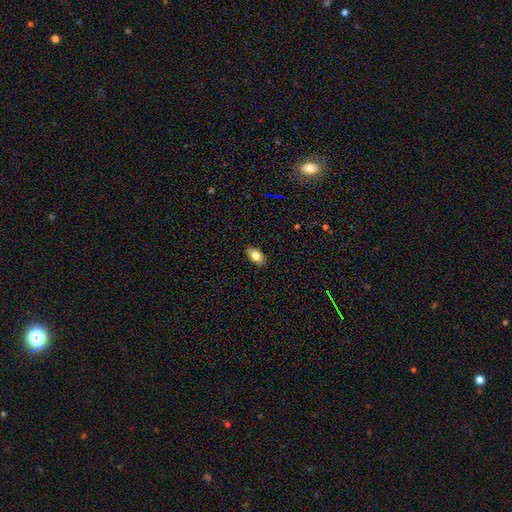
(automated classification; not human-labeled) This appears to be a smooth galaxy with no disk features (79%) that is in between round and cigar-shaped (91%). Merging: none (88%).